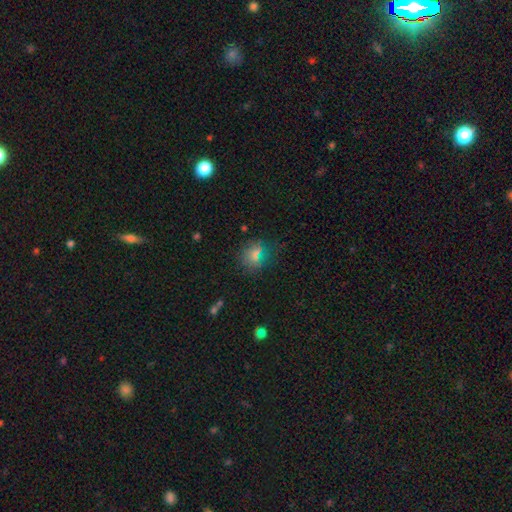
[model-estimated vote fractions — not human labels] Smooth or featured?
  - smooth: 63% *
  - star or artifact: 26%
  - featured or disk: 11%
How rounded?
  - round: 70% *
  - in between: 28%
  - cigar-shaped: 2%
Merging?
  - none: 75% *
  - minor disturbance: 14%
  - merger: 6%
  - major disturbance: 6%